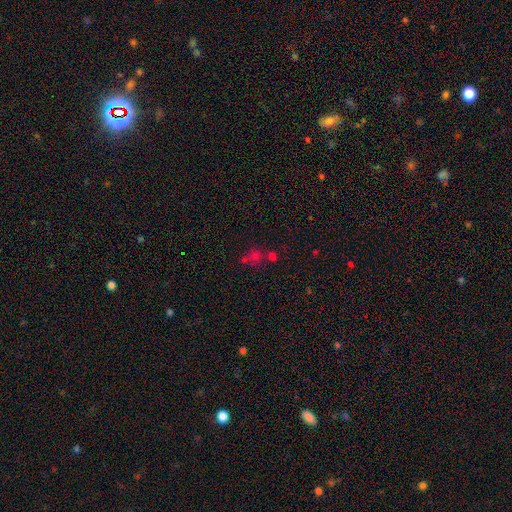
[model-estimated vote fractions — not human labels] The model was most divided on "merging": none: 48%, merger: 36%, minor disturbance: 10%, major disturbance: 6%. More confident: how rounded — round (75%); smooth or featured — smooth (57%).